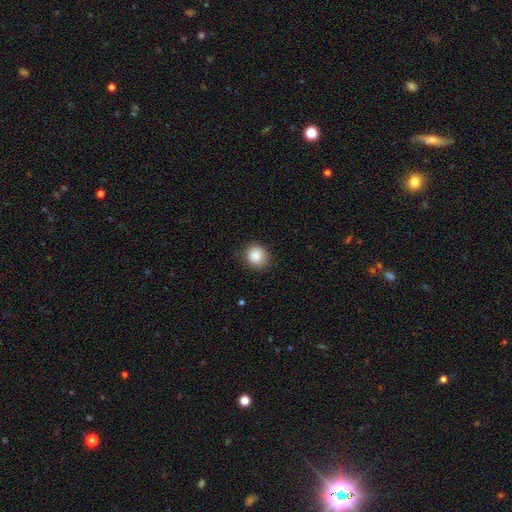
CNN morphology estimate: The model was most divided on "how rounded": round: 82%, in between: 18%, cigar-shaped: 1%. More confident: smooth or featured — smooth (87%); merging — none (84%).